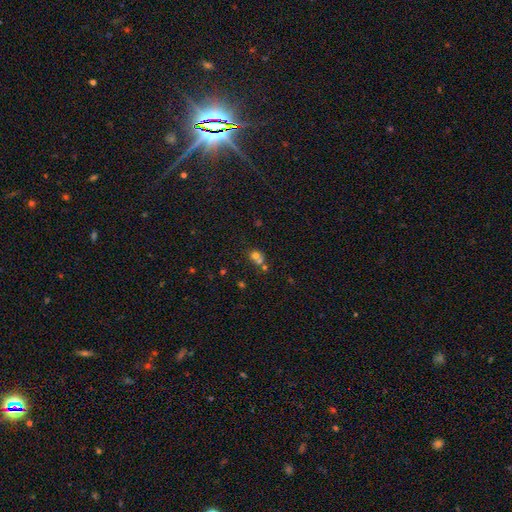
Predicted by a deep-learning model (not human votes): A smooth galaxy with no disk features (66%) that is round (77%). Merging: merger (47%).